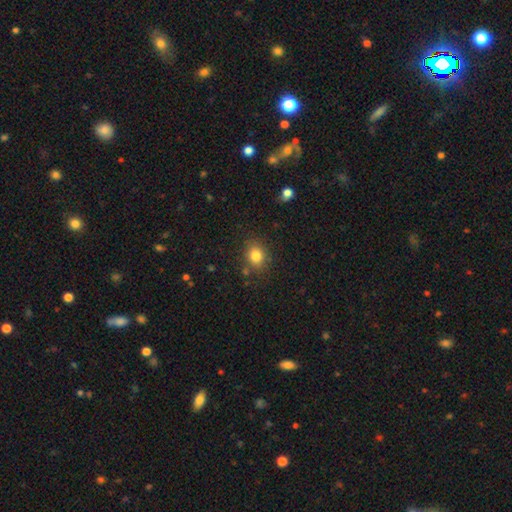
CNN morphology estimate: Smooth or featured: smooth — 82% (star or artifact — 11%)
How rounded: round — 57% (in between — 42%)
Merging: none — 81% (minor disturbance — 12%)